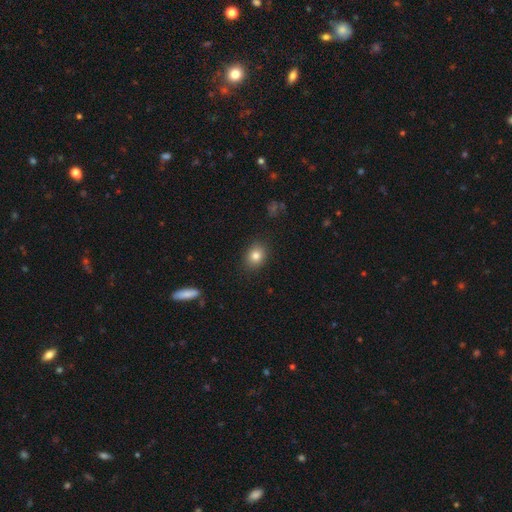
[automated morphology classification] type=smooth (82%); roundness=round (52%); merging=none (88%).